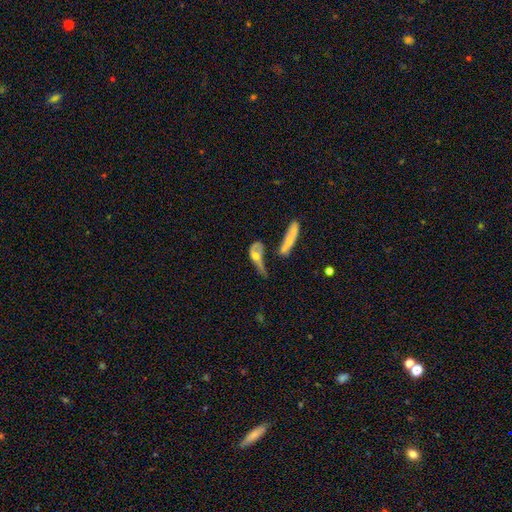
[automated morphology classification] Smooth or featured? smooth (53%)
How rounded? in between (56%)
Merging? major disturbance (39%)